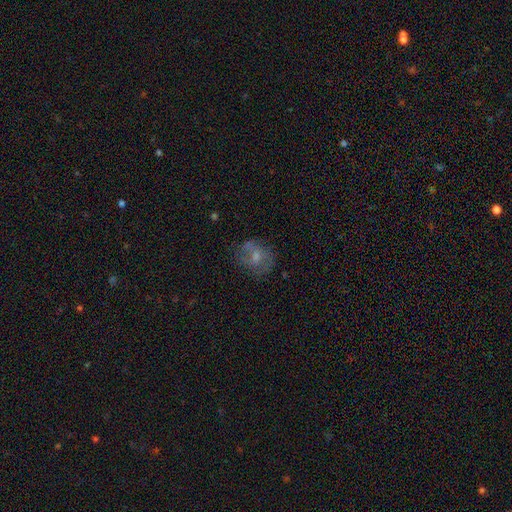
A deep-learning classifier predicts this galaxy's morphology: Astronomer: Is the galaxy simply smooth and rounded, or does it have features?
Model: smooth — 44%, tied with featured or disk at 44%.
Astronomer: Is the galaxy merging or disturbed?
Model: none — 54%.